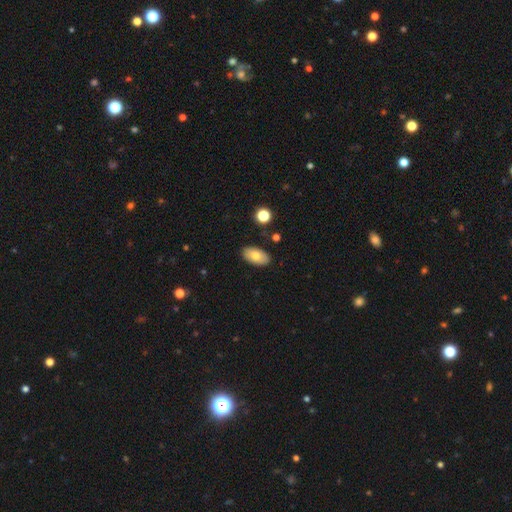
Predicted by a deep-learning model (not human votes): Smooth or featured: smooth — 76% (featured or disk — 17%)
How rounded: in between — 94% (round — 4%)
Merging: none — 86% (minor disturbance — 10%)